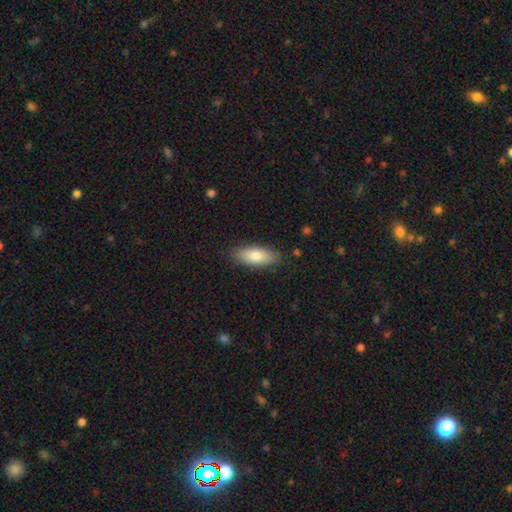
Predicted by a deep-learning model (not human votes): A smooth galaxy with no disk features (81%) that is in between round and cigar-shaped (79%). Merging: none (86%).